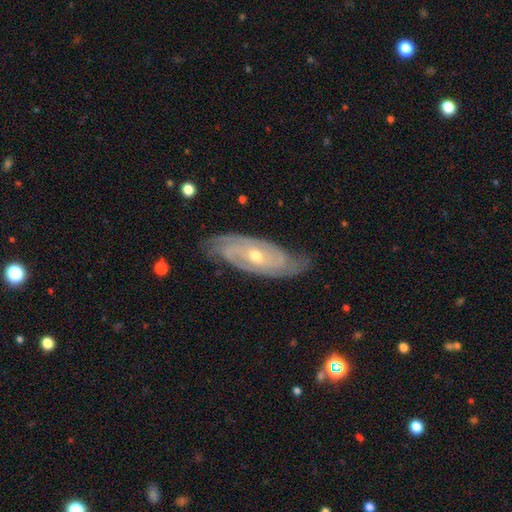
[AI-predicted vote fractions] Smooth or featured?
  - featured or disk: 89% *
  - smooth: 6%
  - star or artifact: 5%
Edge-on disk?
  - no: 91% *
  - yes: 9%
Bar?
  - no: 63% *
  - weak: 28%
  - strong: 9%
Spiral arms?
  - yes: 97% *
  - no: 3%
Spiral winding?
  - tight: 72% *
  - medium: 24%
  - loose: 4%
Spiral arm count?
  - 2: 35% *
  - 3: 26%
  - can't tell: 20%
  - 4: 10%
  - more than 4: 5%
  - 1: 5%
Bulge size?
  - moderate: 50% *
  - small: 47%
  - large: 1%
  - none: 1%
  - dominant: 1%
Merging?
  - none: 76% *
  - minor disturbance: 18%
  - major disturbance: 4%
  - merger: 1%